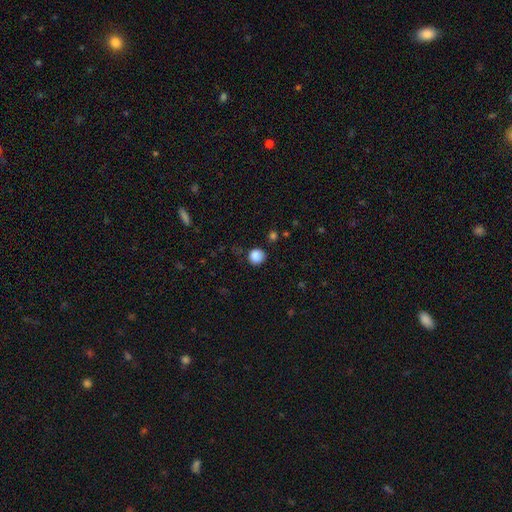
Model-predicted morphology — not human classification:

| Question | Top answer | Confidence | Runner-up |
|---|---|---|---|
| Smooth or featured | smooth | 86% | star or artifact (10%) |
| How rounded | round | 85% | in between (14%) |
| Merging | none | 75% | minor disturbance (18%) |